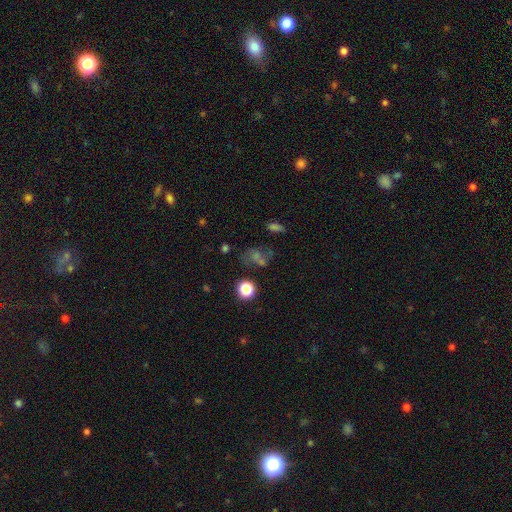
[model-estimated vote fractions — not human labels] The model was most divided on "smooth or featured": star or artifact: 39%, smooth: 38%, featured or disk: 23%.